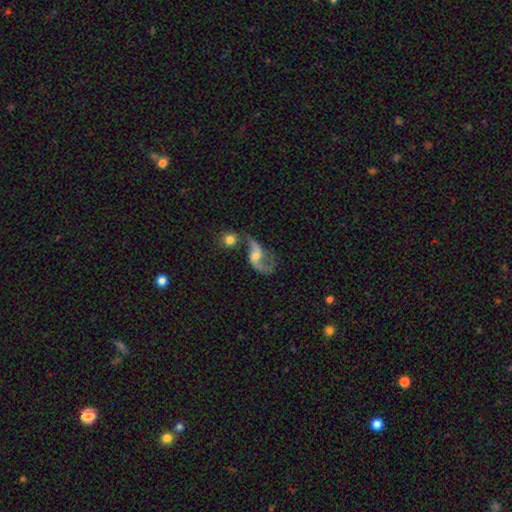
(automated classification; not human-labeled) Morphology: type=featured or disk (82%); edge-on=no (96%); bar=no (55%); spiral arms=yes (92%); winding=loose (77%); arm count=2 (86%); bulge=moderate (55%); merging=none (37%).